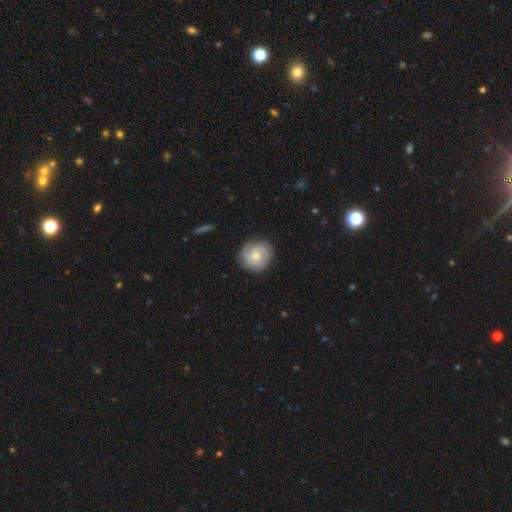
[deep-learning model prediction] Morphology: type=featured or disk (63%); edge-on=no (98%); bar=no (74%); spiral arms=yes (93%); winding=tight (62%); arm count=2 (38%); bulge=small (55%); merging=none (81%).